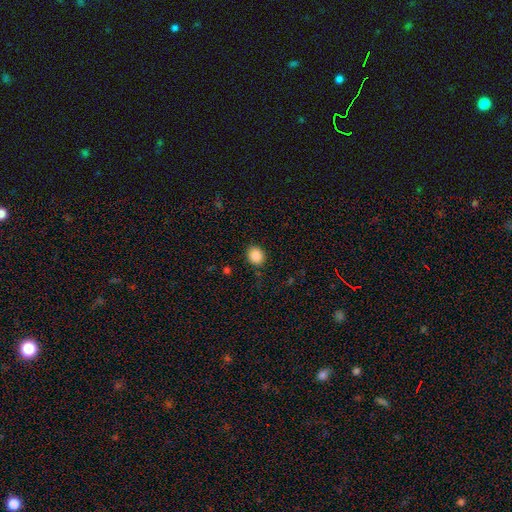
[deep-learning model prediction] smooth-or-featured: smooth: 88% | star or artifact: 9% | featured or disk: 3%
  how-rounded: round: 75% | in between: 24% | cigar-shaped: 1%
  merging: none: 88% | minor disturbance: 8% | major disturbance: 3% | merger: 1%